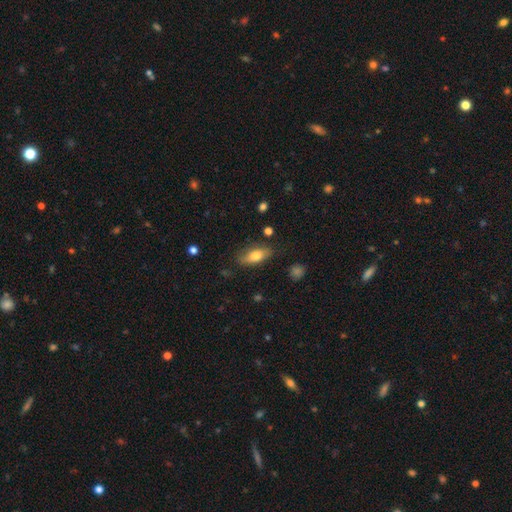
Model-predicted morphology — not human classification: Smooth or featured? Predicted: smooth (p=0.72). How rounded? Predicted: in between (p=0.79). Merging? Predicted: none (p=0.79).